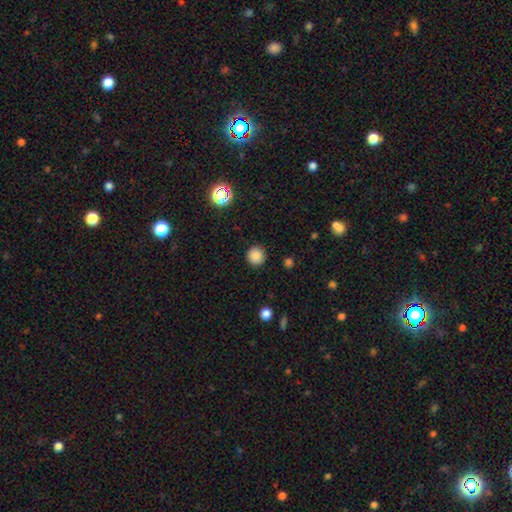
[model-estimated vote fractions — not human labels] A smooth galaxy with no disk features (85%) that is round (93%).

Vote fractions:
- Smooth or featured? smooth: 85% / star or artifact: 11% / featured or disk: 4%
- How rounded? round: 93% / in between: 6% / cigar-shaped: 1%
- Merging? none: 91% / minor disturbance: 6% / major disturbance: 2% / merger: 1%